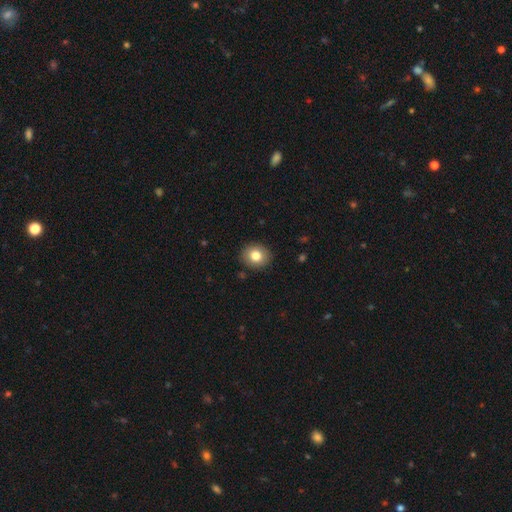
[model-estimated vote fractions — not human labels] Smooth or featured?
  - smooth: 80% *
  - featured or disk: 10%
  - star or artifact: 9%
How rounded?
  - round: 73% *
  - in between: 26%
  - cigar-shaped: 1%
Merging?
  - none: 90% *
  - minor disturbance: 7%
  - major disturbance: 2%
  - merger: 1%